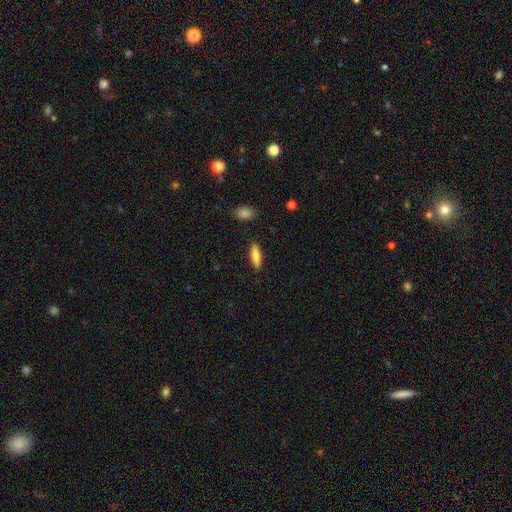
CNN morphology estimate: The model was most divided on "how rounded": cigar-shaped: 50%, in between: 48%, round: 2%. More confident: merging — none (87%); smooth or featured — smooth (81%).